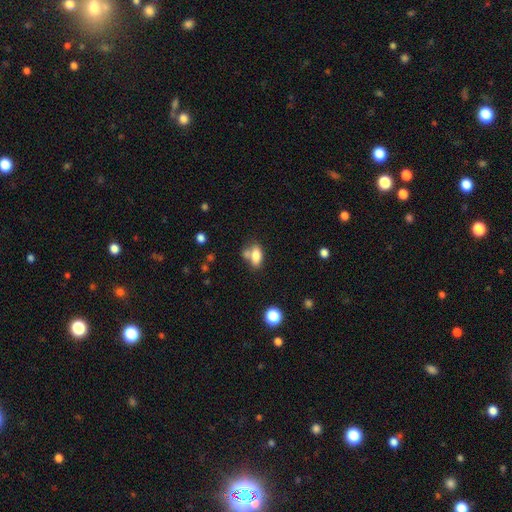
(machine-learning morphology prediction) Smooth or featured?
  - smooth: 79% *
  - featured or disk: 12%
  - star or artifact: 9%
How rounded?
  - in between: 86% *
  - cigar-shaped: 8%
  - round: 7%
Merging?
  - none: 49% *
  - merger: 31%
  - minor disturbance: 15%
  - major disturbance: 6%